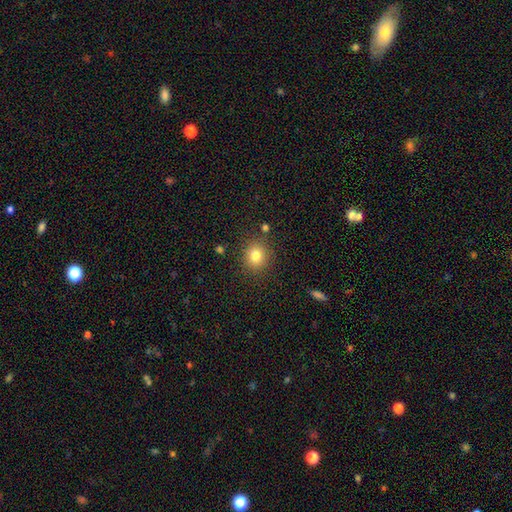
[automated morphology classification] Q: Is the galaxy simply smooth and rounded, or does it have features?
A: smooth — 81%.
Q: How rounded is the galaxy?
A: round — 81%.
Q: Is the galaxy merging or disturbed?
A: none — 86%.